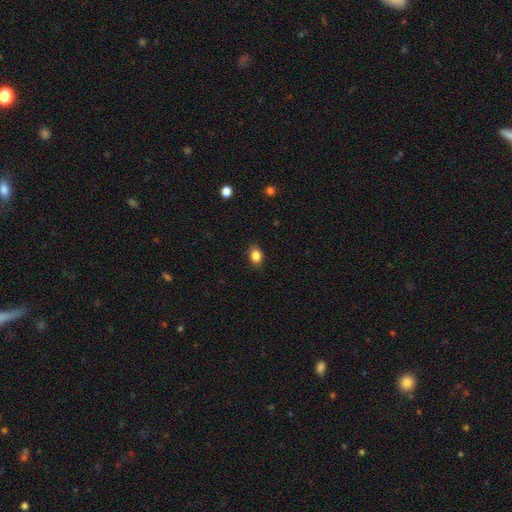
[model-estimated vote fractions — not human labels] Smooth or featured?
  - smooth: 85% *
  - star or artifact: 9%
  - featured or disk: 6%
How rounded?
  - in between: 72% *
  - round: 27%
  - cigar-shaped: 1%
Merging?
  - none: 87% *
  - minor disturbance: 10%
  - major disturbance: 2%
  - merger: 1%